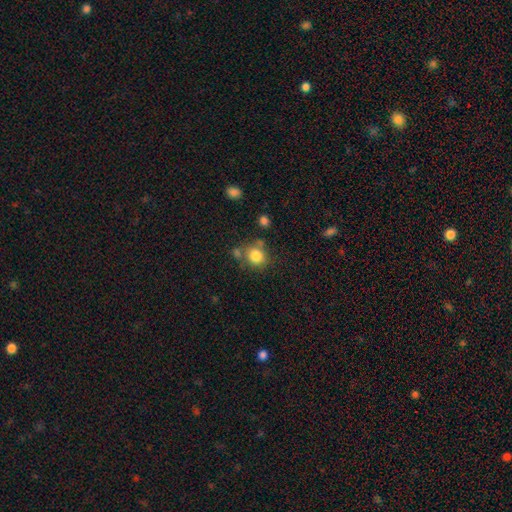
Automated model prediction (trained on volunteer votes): Morphology: type=smooth (83%); roundness=round (82%); merging=none (66%).